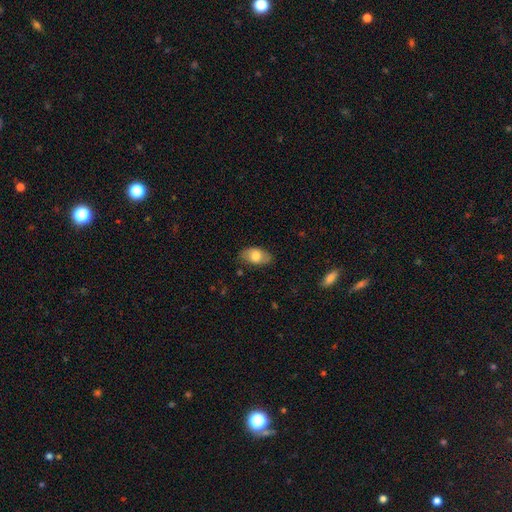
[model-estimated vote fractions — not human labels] Q: Smooth or featured?
A: smooth (74%); runner-up: featured or disk (19%)
Q: How rounded?
A: in between (93%); runner-up: round (5%)
Q: Merging?
A: none (80%); runner-up: minor disturbance (15%)